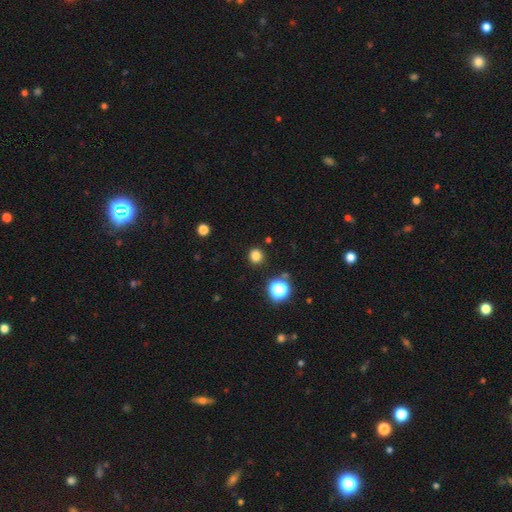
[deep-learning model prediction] Smooth or featured: smooth — 81% (star or artifact — 16%)
How rounded: round — 92% (in between — 7%)
Merging: none — 91% (minor disturbance — 6%)